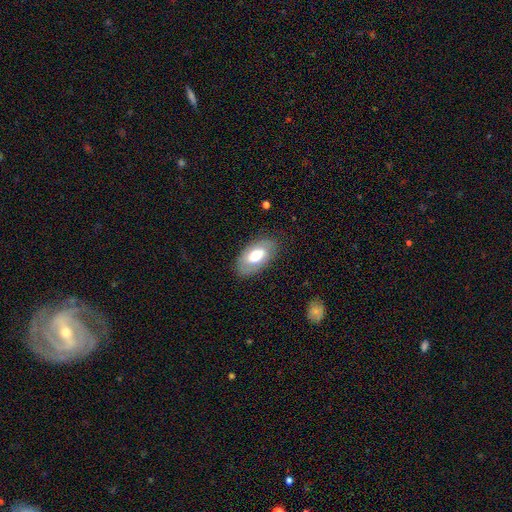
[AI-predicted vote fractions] Morphology: type=smooth (61%); roundness=in between (94%); merging=none (81%).